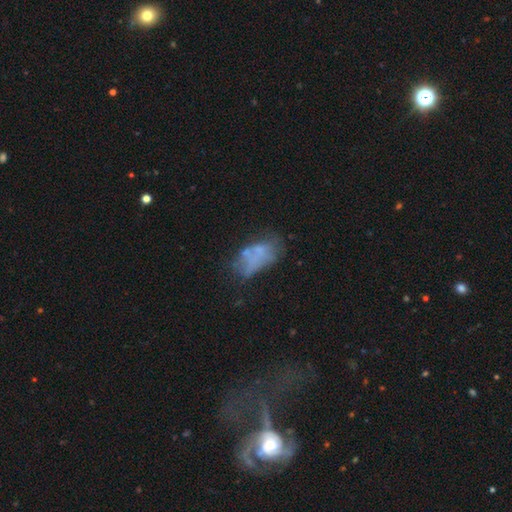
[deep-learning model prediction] A smooth galaxy with no disk features (45%). Merging: none (36%).